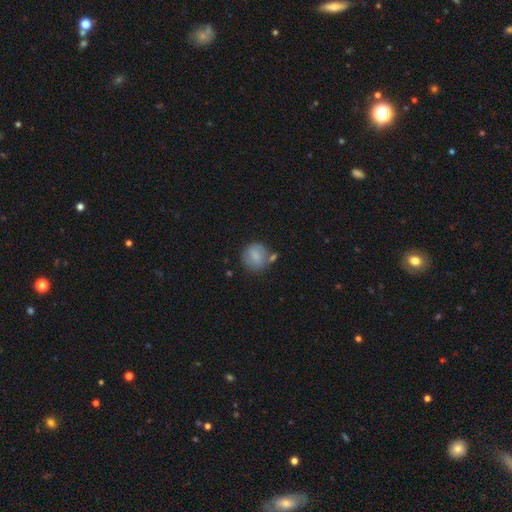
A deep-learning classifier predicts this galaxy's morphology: A smooth galaxy with no disk features (77%) that is round (83%). Merging: none (58%).